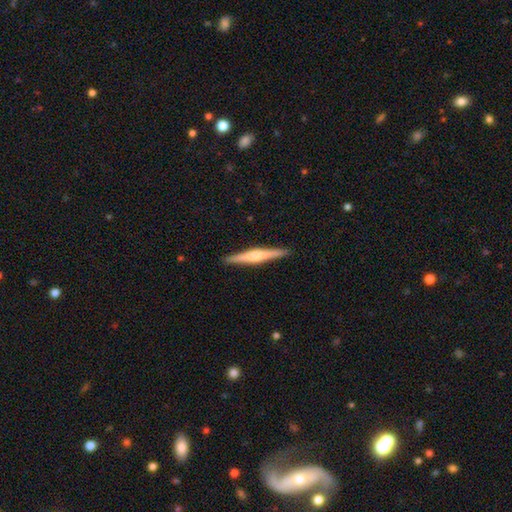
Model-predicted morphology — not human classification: featured or disk 64%, smooth 31%, star or artifact 5%. Down the decision tree: edge-on disk — yes (98%); edge-on bulge — rounded (69%); merging — none (92%).